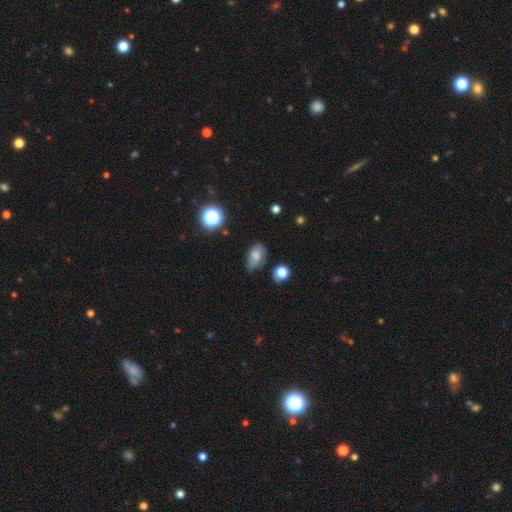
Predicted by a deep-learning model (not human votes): A smooth galaxy with no disk features (69%) that is in between round and cigar-shaped (87%). Merging: none (51%).